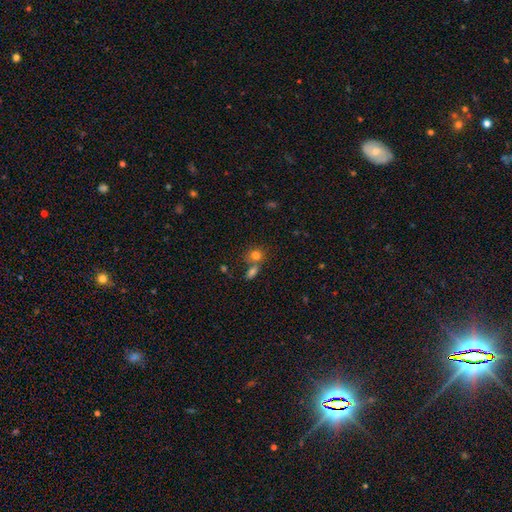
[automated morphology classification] A smooth galaxy with no disk features (78%) that is round (68%). Merging: none (48%).